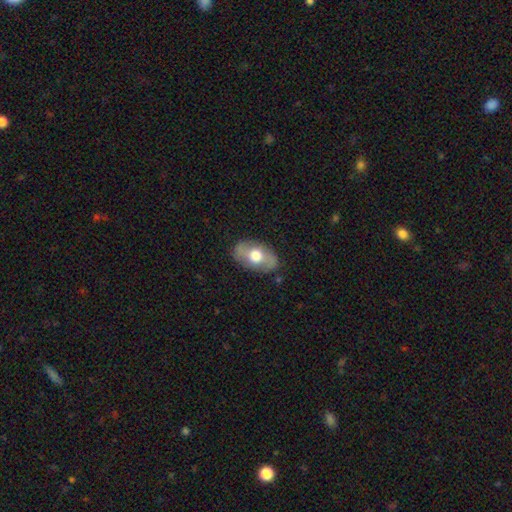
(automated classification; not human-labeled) A smooth galaxy with no disk features (53%) that is in between round and cigar-shaped (89%).

Vote fractions:
- Smooth or featured? smooth: 53% / featured or disk: 41% / star or artifact: 6%
- How rounded? in between: 89% / round: 9% / cigar-shaped: 2%
- Merging? none: 80% / minor disturbance: 15% / major disturbance: 4% / merger: 1%